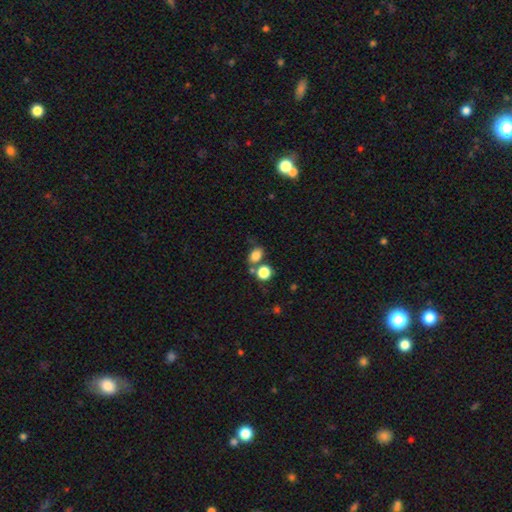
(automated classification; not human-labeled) smooth_or_featured: smooth (p=0.80) [alt: star or artifact p=0.12]
how_rounded: in between (p=0.66) [alt: round p=0.33]
merging: none (p=0.59) [alt: merger p=0.24]